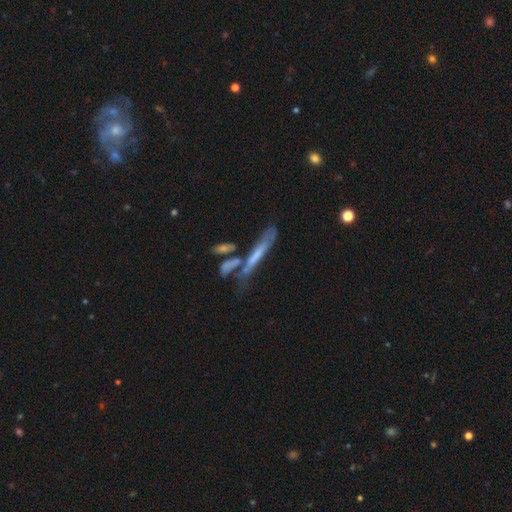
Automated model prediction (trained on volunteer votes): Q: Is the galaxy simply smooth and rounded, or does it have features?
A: featured or disk — 52%.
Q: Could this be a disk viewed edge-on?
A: yes — 71%.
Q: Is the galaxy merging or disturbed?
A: none — 44%.